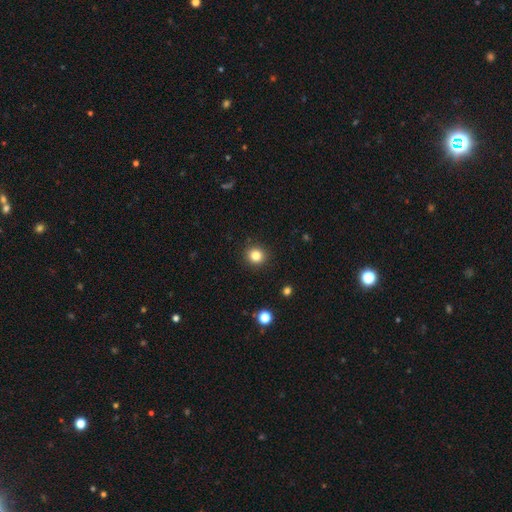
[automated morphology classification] smooth-or-featured: smooth: 83% | star or artifact: 12% | featured or disk: 5%
  how-rounded: round: 90% | in between: 9% | cigar-shaped: 1%
  merging: none: 91% | minor disturbance: 6% | major disturbance: 2% | merger: 1%